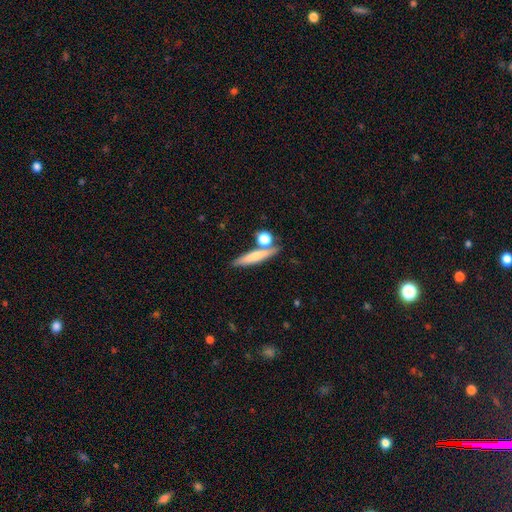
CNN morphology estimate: smooth_or_featured: smooth (p=0.65) [alt: featured or disk p=0.28]
how_rounded: cigar-shaped (p=0.75) [alt: in between p=0.17]
merging: none (p=0.66) [alt: merger p=0.17]